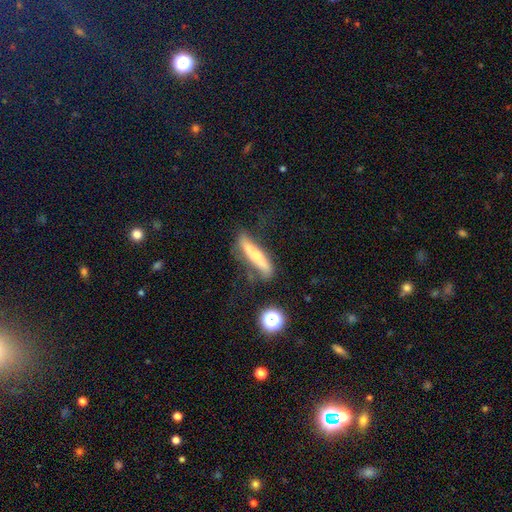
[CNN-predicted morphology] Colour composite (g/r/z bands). It shows a featured or disk galaxy (46%, tied with smooth). Merging: none (61%).